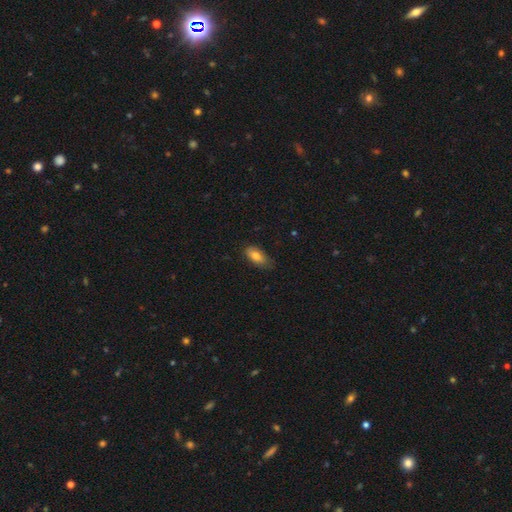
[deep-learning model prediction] Overall: smooth (81%). How rounded: in between (88%). Merging: none (71%).